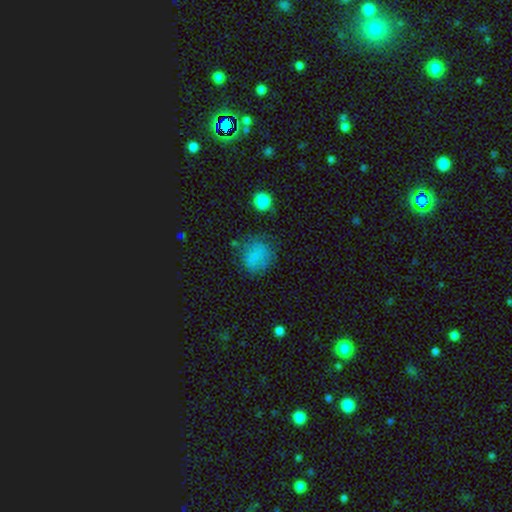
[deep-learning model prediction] smooth 79%, star or artifact 13%, featured or disk 8%. Down the decision tree: how rounded — round (62%); merging — none (67%).